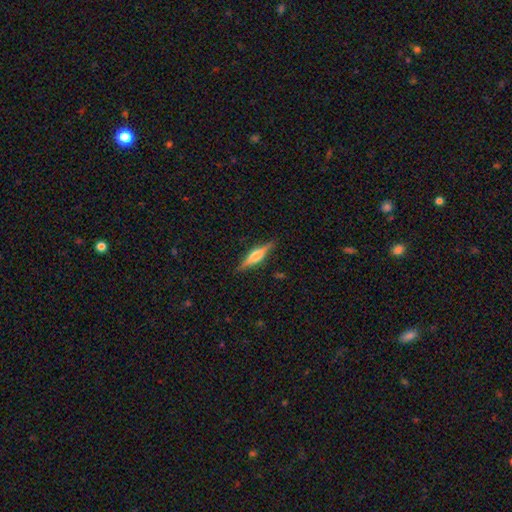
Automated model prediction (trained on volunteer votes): Smooth or featured? Predicted: featured or disk (p=0.62). Edge-on disk? Predicted: yes (p=0.97). Edge-on bulge? Predicted: rounded (p=0.80). Merging? Predicted: none (p=0.88).